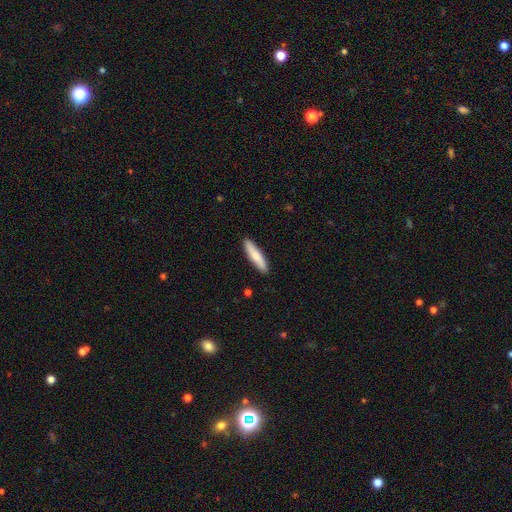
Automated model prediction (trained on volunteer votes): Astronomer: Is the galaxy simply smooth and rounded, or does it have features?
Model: smooth — 77%.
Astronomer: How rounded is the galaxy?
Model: cigar-shaped — 84%.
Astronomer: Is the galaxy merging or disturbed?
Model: none — 90%.